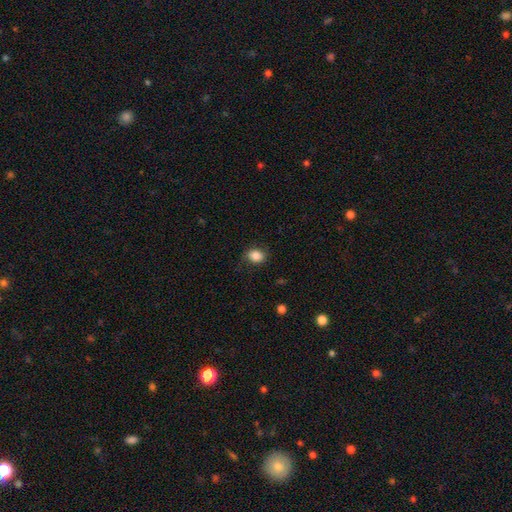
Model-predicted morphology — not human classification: This appears to be a smooth galaxy with no disk features (85%) that is in between round and cigar-shaped (54%). Merging: none (79%).